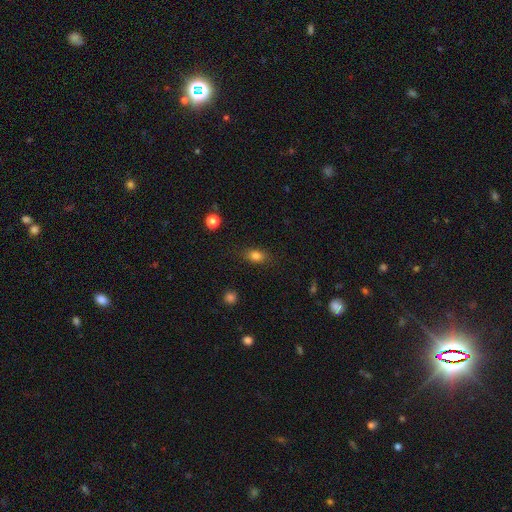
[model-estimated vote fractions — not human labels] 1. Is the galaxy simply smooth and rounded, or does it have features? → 81% smooth, 11% star or artifact, 7% featured or disk.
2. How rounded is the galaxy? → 75% in between, 21% round, 4% cigar-shaped.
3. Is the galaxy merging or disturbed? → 82% none, 13% minor disturbance, 4% major disturbance, 1% merger.